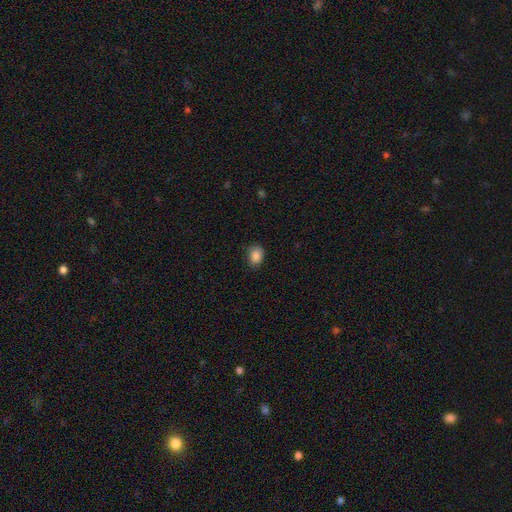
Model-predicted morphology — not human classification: This appears to be a smooth galaxy with no disk features (87%) that is in between round and cigar-shaped (66%). Merging: none (80%).